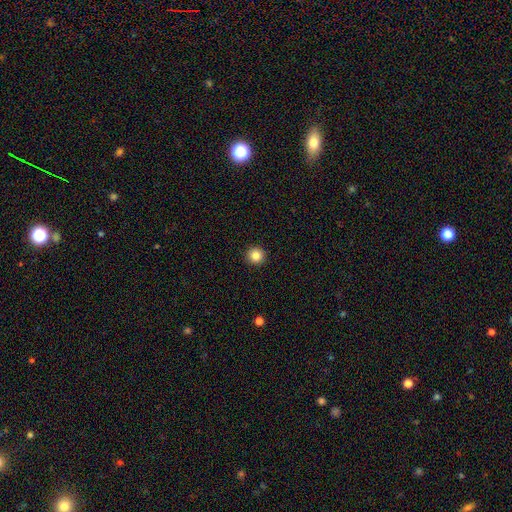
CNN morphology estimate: Smooth or featured? smooth (85%)
How rounded? round (95%)
Merging? none (93%)